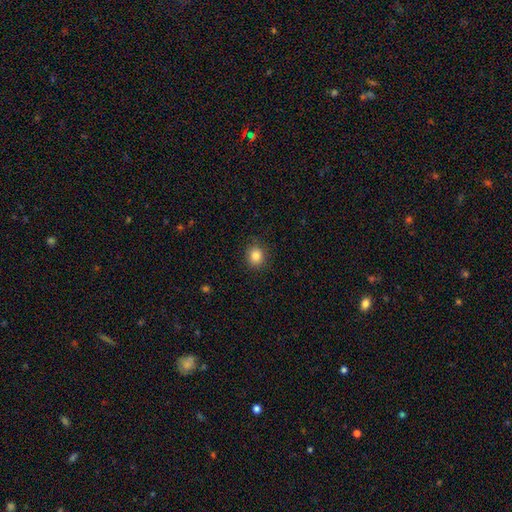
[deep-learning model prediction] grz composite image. It shows a smooth galaxy with no disk features (84%) that is round (78%). Merging: none (88%).